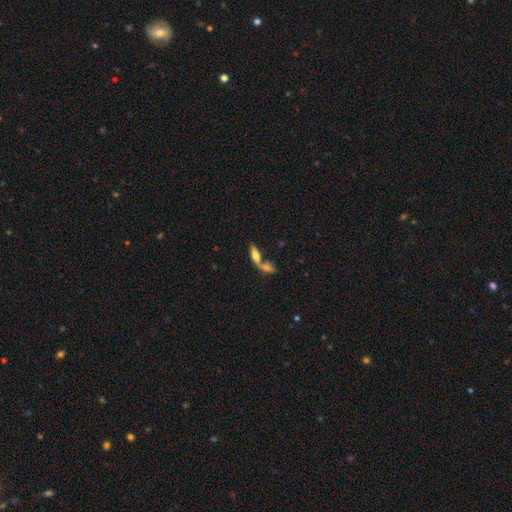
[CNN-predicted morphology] Smooth or featured: smooth — 59% (featured or disk — 32%)
How rounded: in between — 59% (cigar-shaped — 37%)
Merging: merger — 59% (none — 30%)